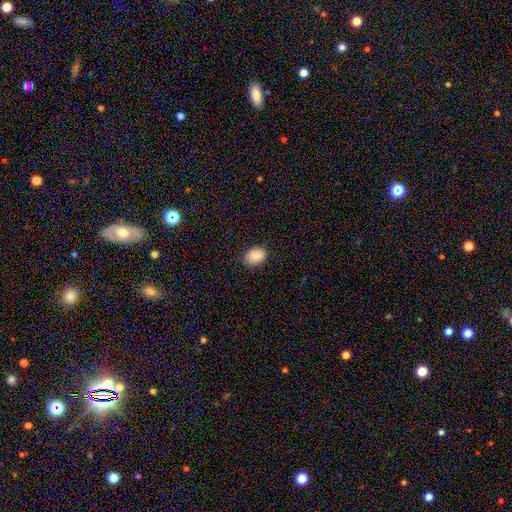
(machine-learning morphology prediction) Q: Smooth or featured?
A: smooth (89%); runner-up: star or artifact (8%)
Q: How rounded?
A: in between (67%); runner-up: round (32%)
Q: Merging?
A: none (86%); runner-up: minor disturbance (10%)